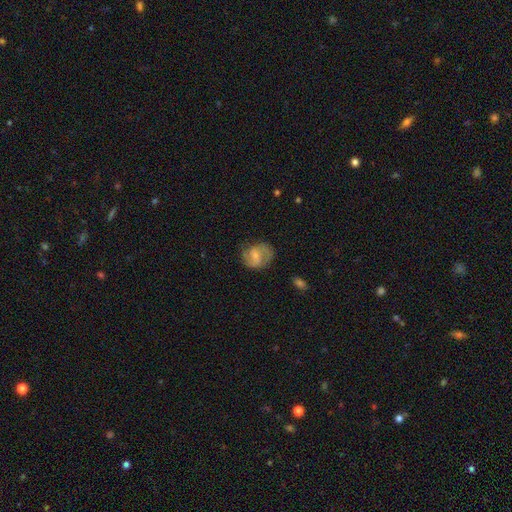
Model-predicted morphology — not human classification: The model was most divided on "bar": weak: 47%, no: 41%, strong: 12%. More confident: edge-on disk — no (98%); spiral arms — yes (92%); spiral arm count — 2 (85%); smooth or featured — featured or disk (70%); merging — none (69%); bulge size — small (56%); spiral winding — medium (52%).